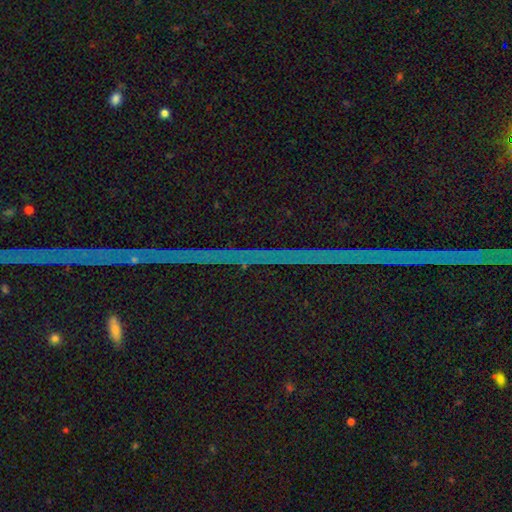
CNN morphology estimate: type=star or artifact (84%).